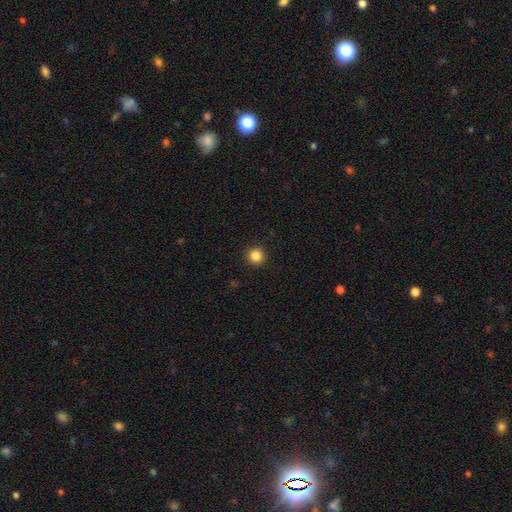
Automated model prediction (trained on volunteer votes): smooth 85%, star or artifact 11%, featured or disk 4%. Down the decision tree: how rounded — round (95%); merging — none (93%).